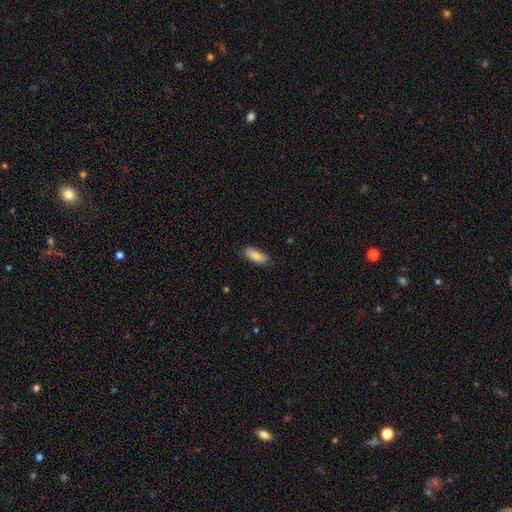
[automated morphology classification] A smooth galaxy with no disk features (87%) that is in between round and cigar-shaped (74%). Merging: none (83%).